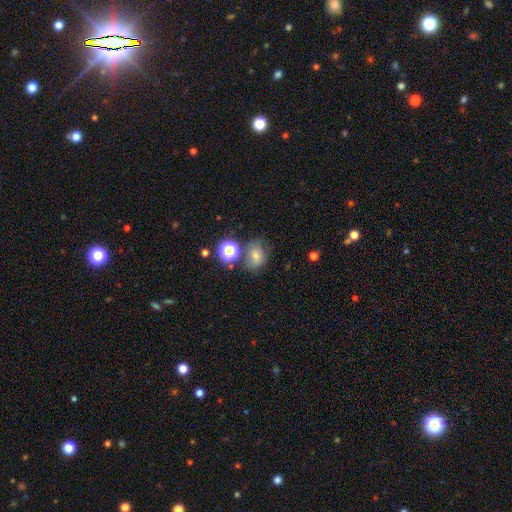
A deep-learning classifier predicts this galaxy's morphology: type=smooth (47%); merging=none (66%).